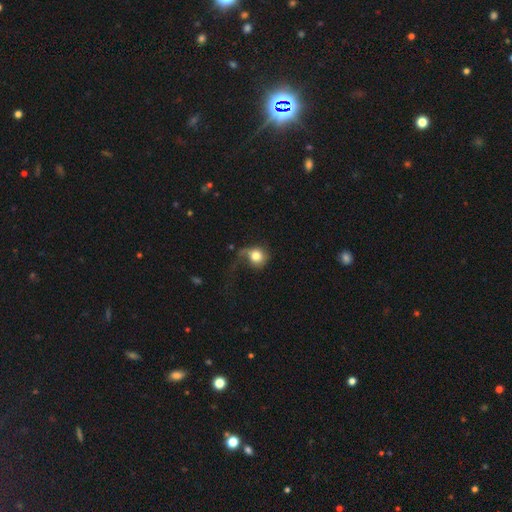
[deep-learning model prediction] A smooth galaxy with no disk features (67%) that is round (77%). Merging: major disturbance (48%).